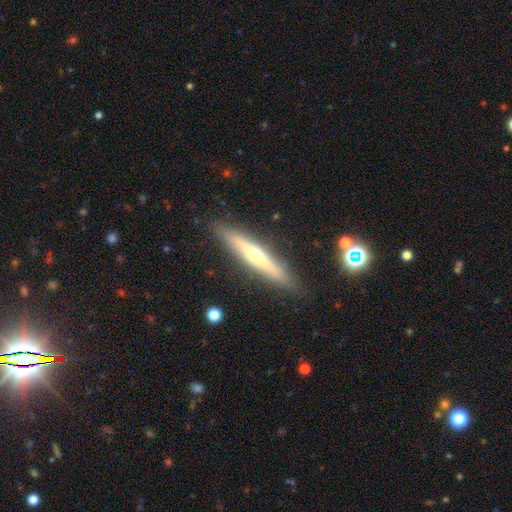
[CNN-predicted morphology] Smooth or featured? Predicted: featured or disk (p=0.60). Edge-on disk? Predicted: yes (p=0.94). Edge-on bulge? Predicted: rounded (p=0.78). Merging? Predicted: none (p=0.88).